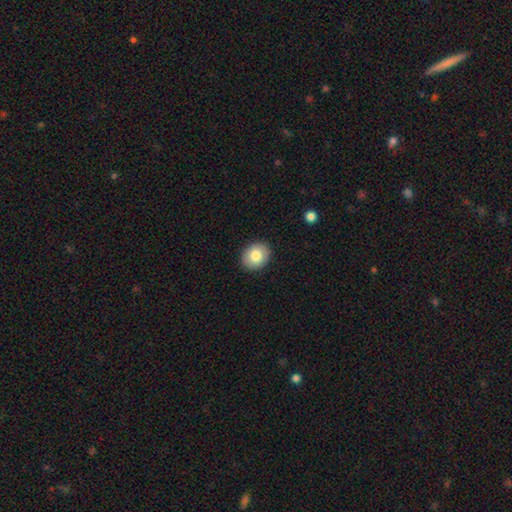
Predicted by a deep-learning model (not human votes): The model was most divided on "how rounded": round: 59%, in between: 40%, cigar-shaped: 1%. More confident: merging — none (91%); smooth or featured — smooth (81%).